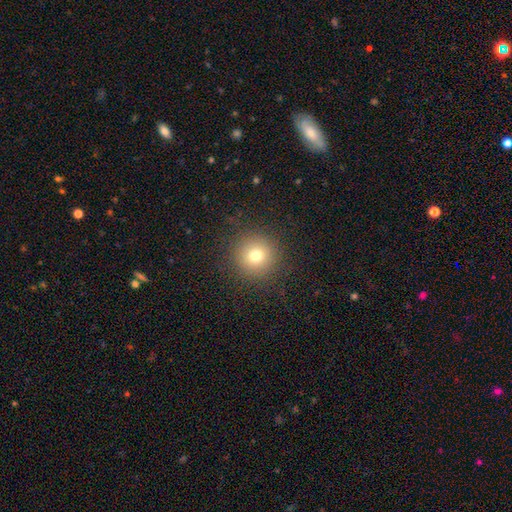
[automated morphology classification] Overall: smooth (74%). How rounded: round (95%). Merging: none (90%).